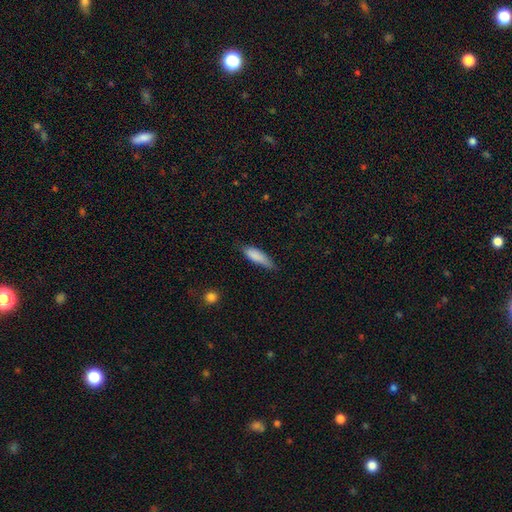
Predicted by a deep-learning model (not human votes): smooth_or_featured: smooth (p=0.84) [alt: featured or disk p=0.10]
how_rounded: cigar-shaped (p=0.50) [alt: in between p=0.48]
merging: none (p=0.58) [alt: minor disturbance p=0.34]